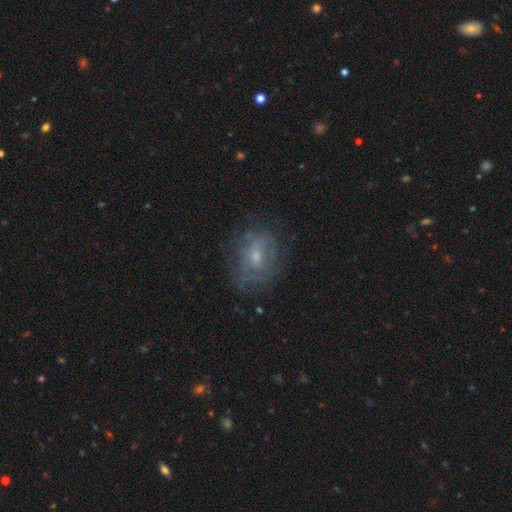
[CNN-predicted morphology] Smooth or featured? featured or disk (52%)
Edge-on disk? no (95%)
Merging? none (64%)